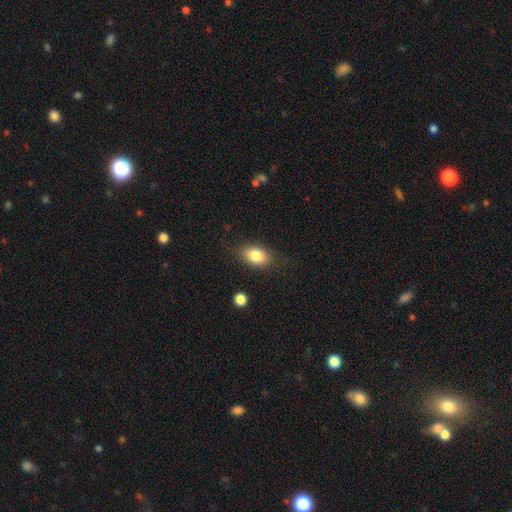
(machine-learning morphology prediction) Smooth or featured?
  - smooth: 81% *
  - featured or disk: 11%
  - star or artifact: 8%
How rounded?
  - in between: 82% *
  - round: 16%
  - cigar-shaped: 2%
Merging?
  - none: 80% *
  - minor disturbance: 14%
  - major disturbance: 5%
  - merger: 2%